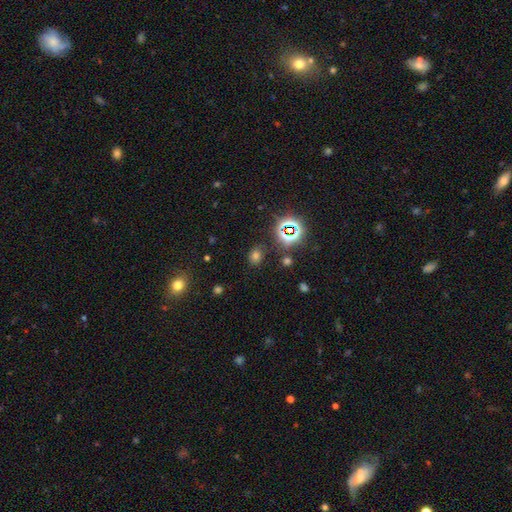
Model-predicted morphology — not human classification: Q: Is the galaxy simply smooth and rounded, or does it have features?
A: smooth — 59%.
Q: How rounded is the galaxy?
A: round — 52%.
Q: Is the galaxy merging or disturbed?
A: none — 83%.